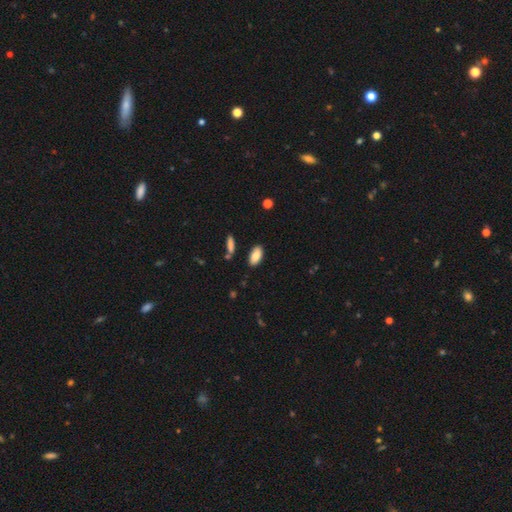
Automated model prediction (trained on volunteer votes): This is clearly a smooth galaxy (86%). How rounded: clearly in between (91%). Merging: clearly none (85%).